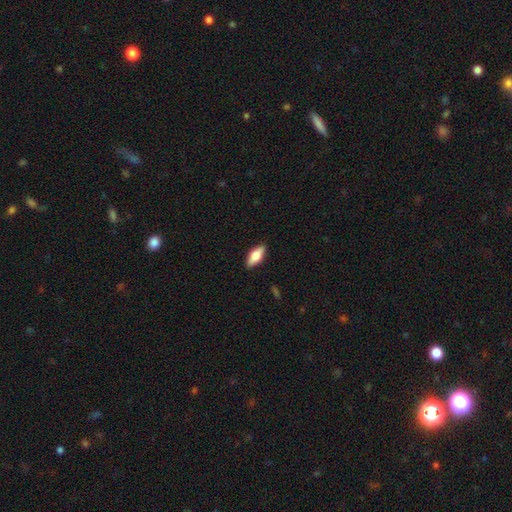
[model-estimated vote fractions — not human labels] smooth-or-featured: smooth: 62% | featured or disk: 31% | star or artifact: 6%
  how-rounded: in between: 76% | cigar-shaped: 21% | round: 3%
  merging: none: 88% | minor disturbance: 9% | major disturbance: 2% | merger: 1%